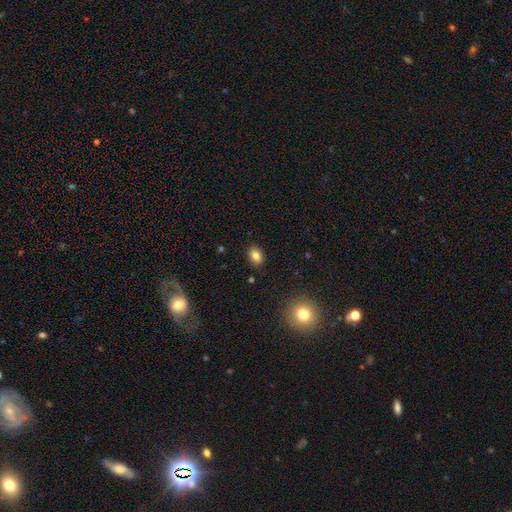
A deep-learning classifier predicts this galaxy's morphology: This appears to be a smooth galaxy with no disk features (81%) that is in between round and cigar-shaped (73%). Merging: none (87%).